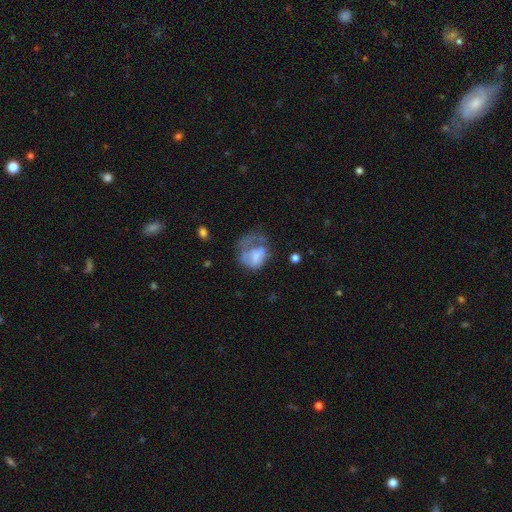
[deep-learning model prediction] Smooth or featured? Predicted: smooth (p=0.52). How rounded? Predicted: in between (p=0.56). Merging? Predicted: major disturbance (p=0.54).